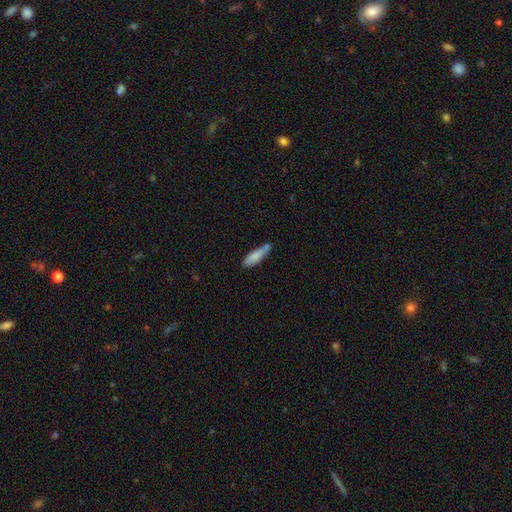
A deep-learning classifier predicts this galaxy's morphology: Overall: smooth (81%). How rounded: cigar-shaped (65%; in between 33%). Merging: none (61%; minor disturbance 25%).